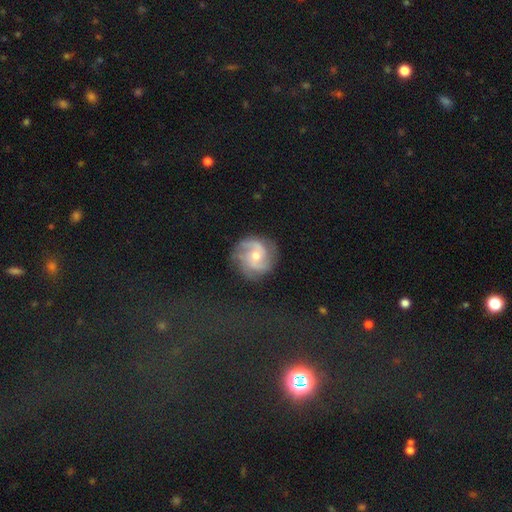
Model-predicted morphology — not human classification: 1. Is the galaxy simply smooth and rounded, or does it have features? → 82% featured or disk, 11% smooth, 6% star or artifact.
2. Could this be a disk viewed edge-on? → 98% no, 2% yes.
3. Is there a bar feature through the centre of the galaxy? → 66% no, 29% weak, 6% strong.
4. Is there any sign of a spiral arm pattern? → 96% yes, 4% no.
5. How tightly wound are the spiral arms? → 47% medium, 35% tight, 17% loose.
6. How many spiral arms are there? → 39% 3, 32% 2, 13% can't tell, 7% 4, 5% 1, 5% more than 4.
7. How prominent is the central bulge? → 58% moderate, 38% small, 2% large, 1% none, 1% dominant.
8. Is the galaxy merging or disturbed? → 76% none, 16% minor disturbance, 6% major disturbance, 1% merger.